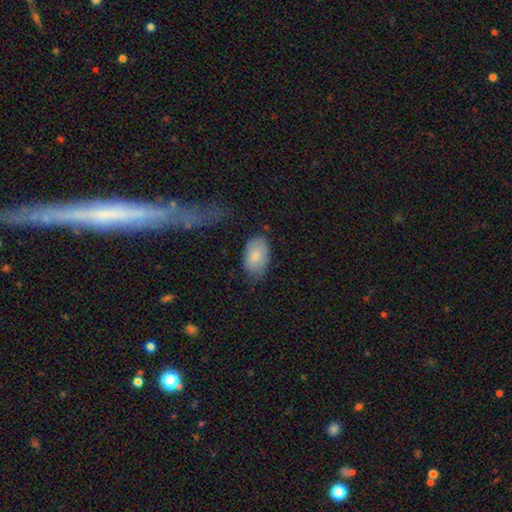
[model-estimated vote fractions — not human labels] smooth 80%, featured or disk 13%, star or artifact 6%. Down the decision tree: how rounded — in between (93%); merging — none (66%).